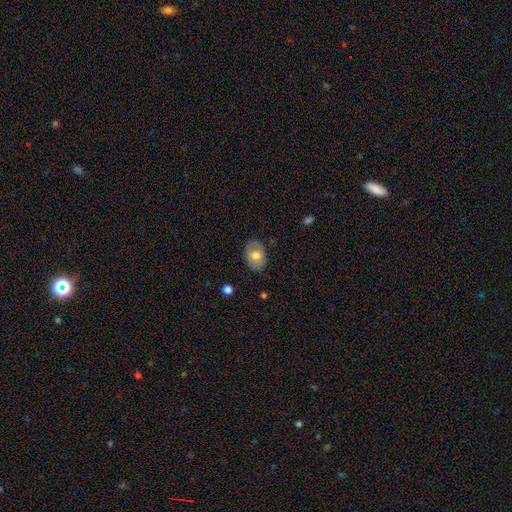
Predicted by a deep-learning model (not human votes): smooth_or_featured: smooth (p=0.65) [alt: featured or disk p=0.28]
how_rounded: in between (p=0.78) [alt: round p=0.21]
merging: none (p=0.82) [alt: minor disturbance p=0.14]